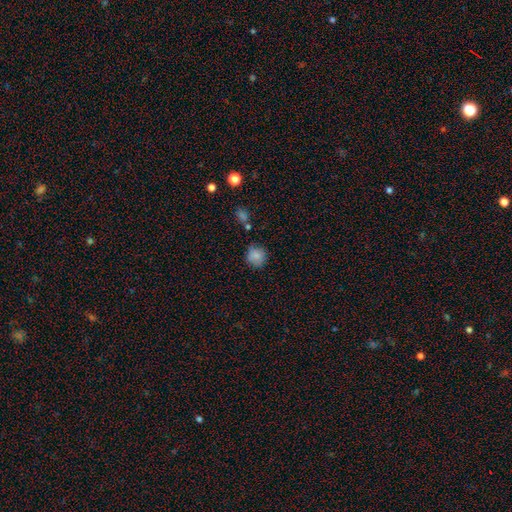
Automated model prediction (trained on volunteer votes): Overall: smooth (84%). How rounded: round (86%). Merging: none (74%).